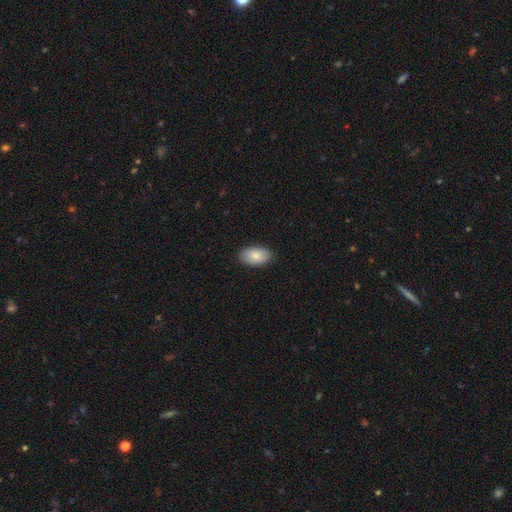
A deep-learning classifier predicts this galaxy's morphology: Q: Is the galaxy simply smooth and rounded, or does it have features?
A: smooth — 85%.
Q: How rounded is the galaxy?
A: in between — 94%.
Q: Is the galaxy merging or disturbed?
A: none — 89%.